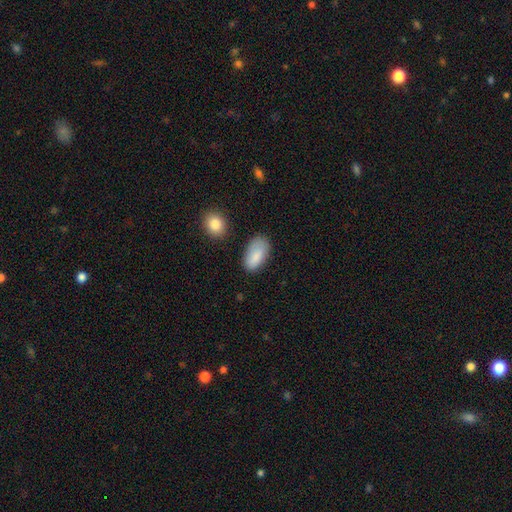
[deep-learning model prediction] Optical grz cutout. It shows a smooth galaxy with no disk features (87%) that is in between round and cigar-shaped (93%). Merging: none (70%).